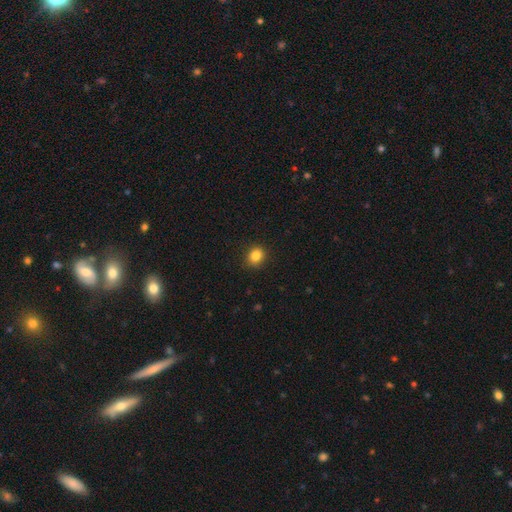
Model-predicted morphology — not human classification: Overall: smooth (85%). How rounded: round (72%). Merging: none (89%).